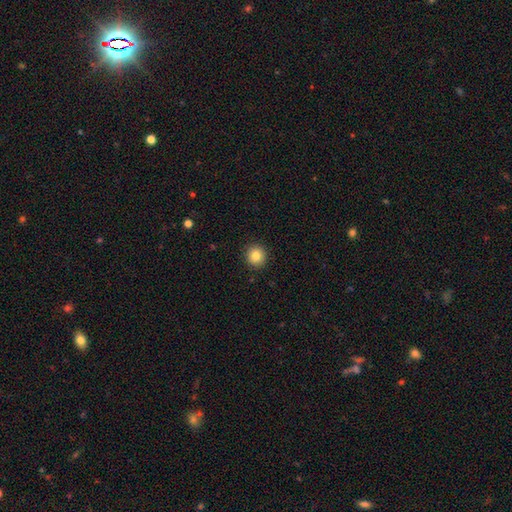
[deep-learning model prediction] This is clearly a smooth galaxy (83%). How rounded: clearly round (93%). Merging: clearly none (92%).